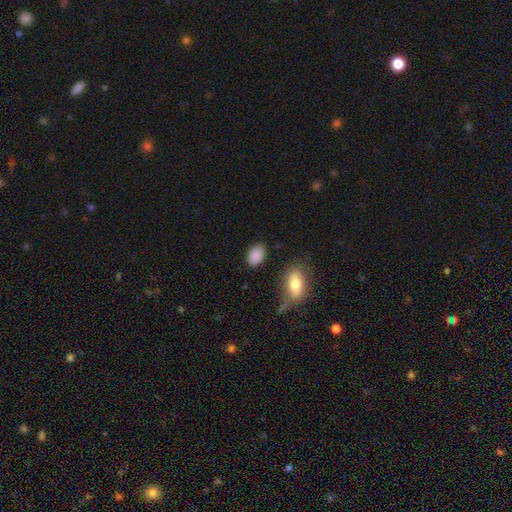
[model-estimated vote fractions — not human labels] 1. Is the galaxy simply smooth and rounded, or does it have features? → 88% smooth, 8% star or artifact, 4% featured or disk.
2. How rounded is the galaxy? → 87% in between, 12% round, 2% cigar-shaped.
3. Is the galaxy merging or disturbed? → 83% none, 12% minor disturbance, 3% major disturbance, 3% merger.